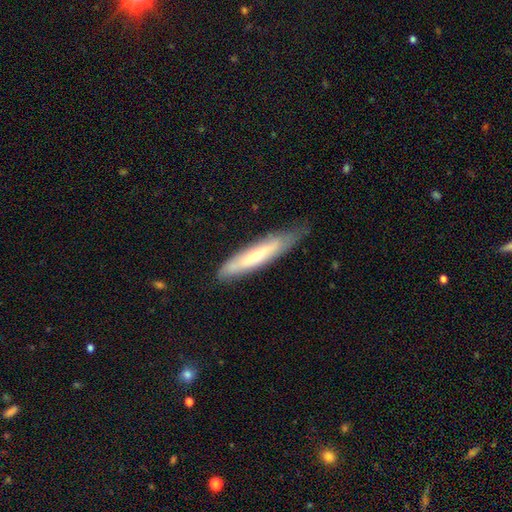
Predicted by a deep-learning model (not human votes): Smooth or featured?
  - smooth: 52% *
  - featured or disk: 42%
  - star or artifact: 6%
How rounded?
  - cigar-shaped: 87% *
  - in between: 12%
  - round: 1%
Merging?
  - none: 69% *
  - minor disturbance: 24%
  - major disturbance: 5%
  - merger: 1%